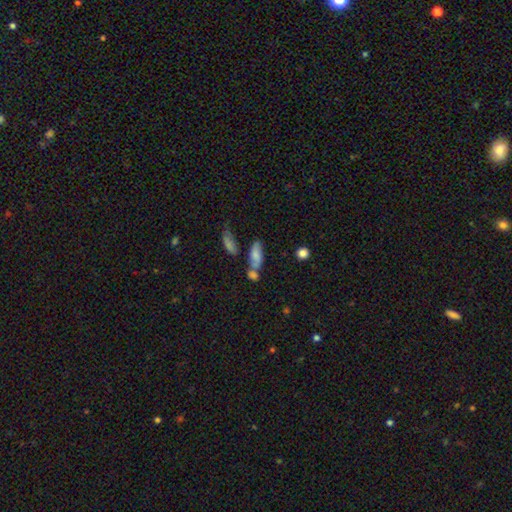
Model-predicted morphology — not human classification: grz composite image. It shows a smooth galaxy with no disk features (68%) that is in between round and cigar-shaped (73%). Merging: none (39%).